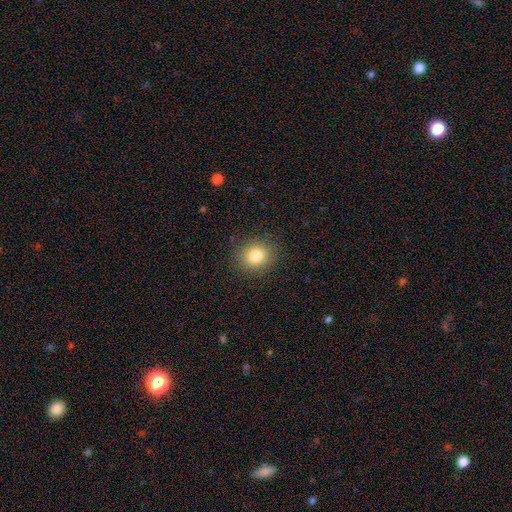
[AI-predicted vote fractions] Overall: smooth (82%). How rounded: round (77%). Merging: none (89%).